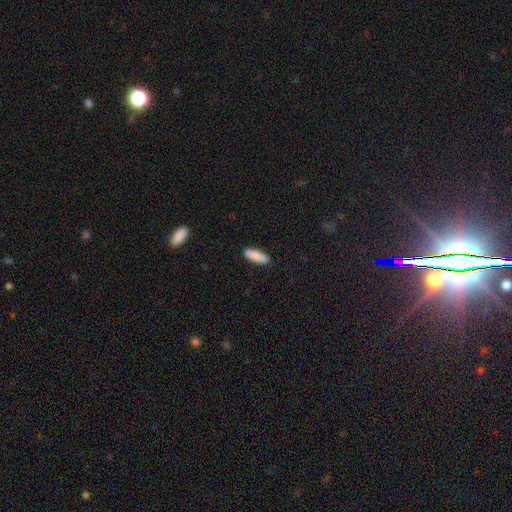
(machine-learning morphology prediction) Smooth or featured?
  - smooth: 89% *
  - star or artifact: 6%
  - featured or disk: 5%
How rounded?
  - in between: 60% *
  - cigar-shaped: 38%
  - round: 2%
Merging?
  - none: 89% *
  - minor disturbance: 8%
  - major disturbance: 2%
  - merger: 1%